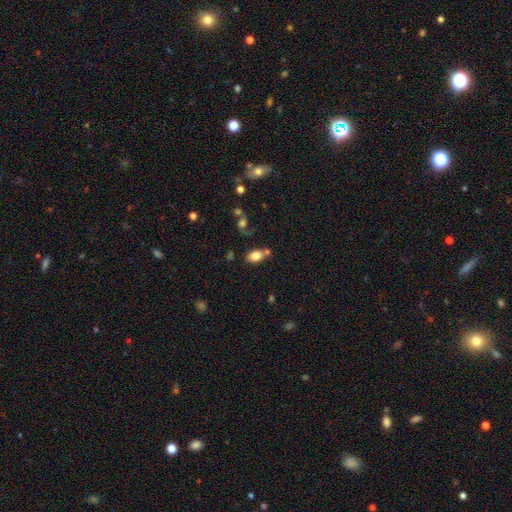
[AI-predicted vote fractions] This appears to be a smooth galaxy with no disk features (80%) that is in between round and cigar-shaped (82%). Merging: none (57%).